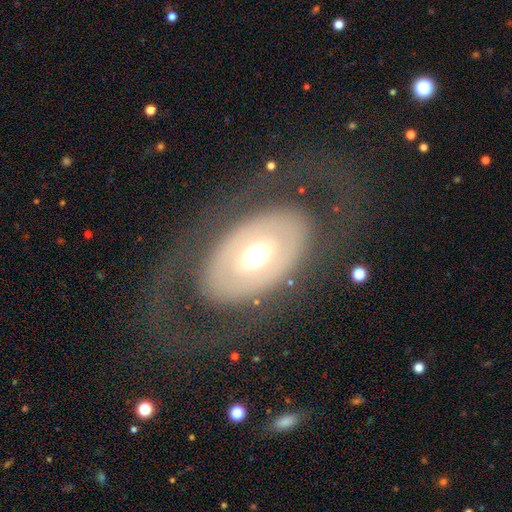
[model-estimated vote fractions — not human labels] Morphology: type=featured or disk (57%); edge-on=no (88%); bar=no (82%); spiral arms=no (86%); bulge=moderate (60%); merging=none (72%).